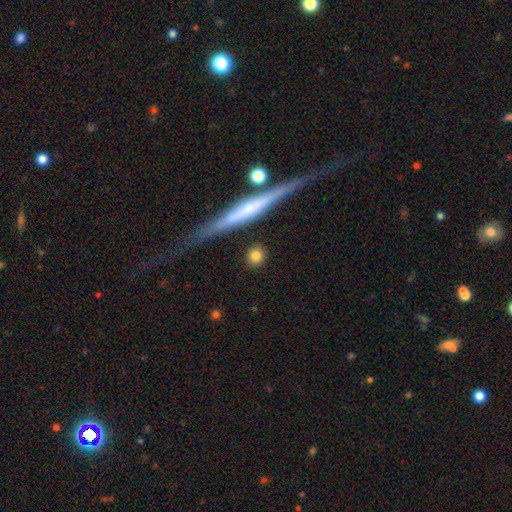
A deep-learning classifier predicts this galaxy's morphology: Smooth or featured? Predicted: smooth (p=0.82). How rounded? Predicted: round (p=0.83). Merging? Predicted: none (p=0.87).